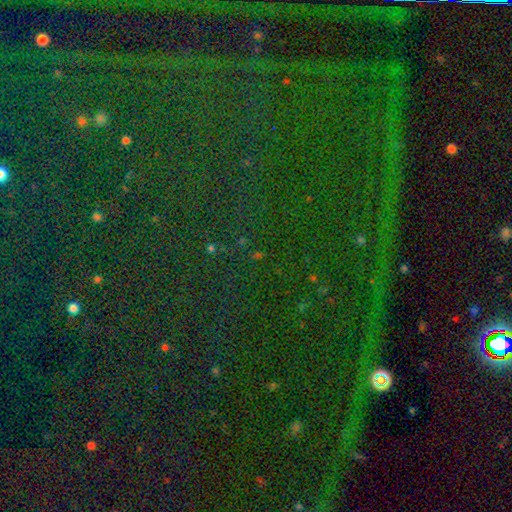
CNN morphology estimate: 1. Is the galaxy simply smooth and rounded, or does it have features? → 82% star or artifact, 10% smooth, 8% featured or disk.